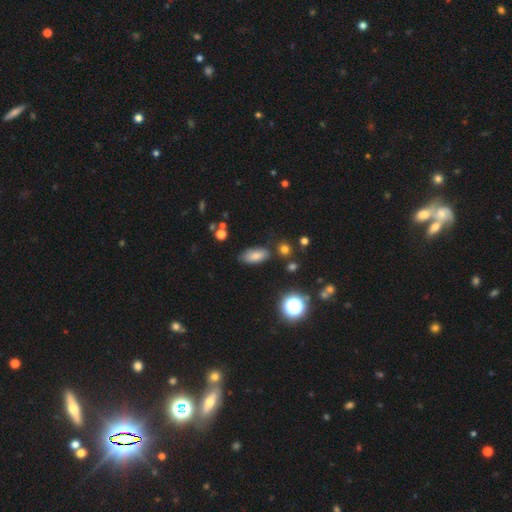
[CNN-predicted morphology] Smooth or featured?
  - smooth: 79% *
  - star or artifact: 12%
  - featured or disk: 9%
How rounded?
  - in between: 86% *
  - cigar-shaped: 10%
  - round: 4%
Merging?
  - none: 78% *
  - minor disturbance: 15%
  - major disturbance: 4%
  - merger: 3%